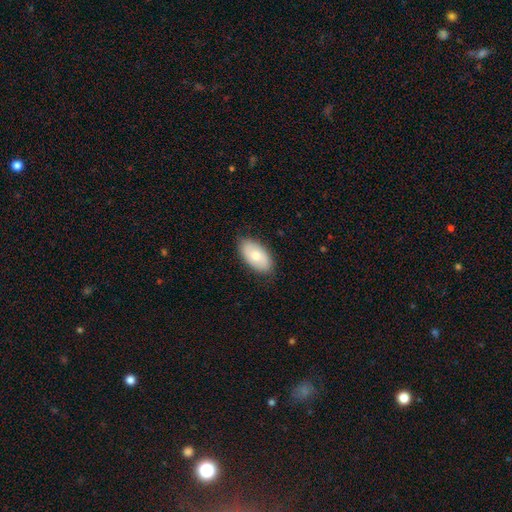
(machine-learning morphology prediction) Overall: smooth (70%). How rounded: in between (95%). Merging: none (84%).